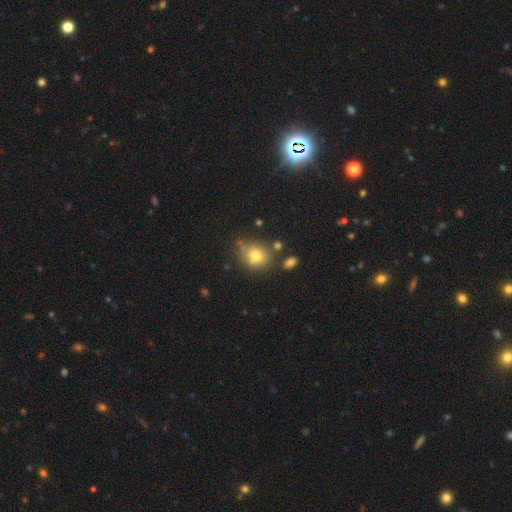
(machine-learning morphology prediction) Q: Smooth or featured?
A: smooth (75%); runner-up: star or artifact (13%)
Q: How rounded?
A: round (70%); runner-up: in between (29%)
Q: Merging?
A: none (65%); runner-up: minor disturbance (18%)